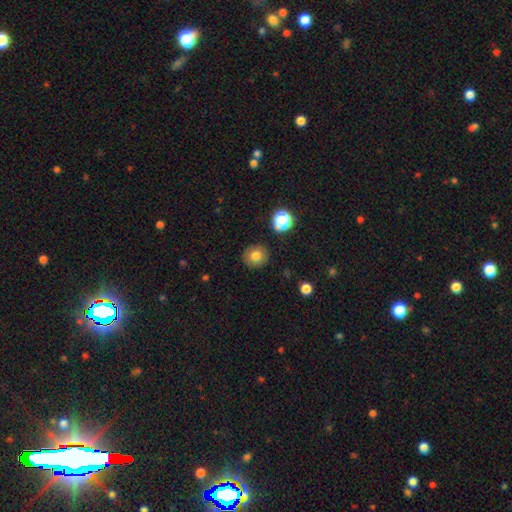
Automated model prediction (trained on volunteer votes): The model was most divided on "smooth or featured": smooth: 77%, star or artifact: 13%, featured or disk: 10%. More confident: how rounded — round (89%); merging — none (88%).